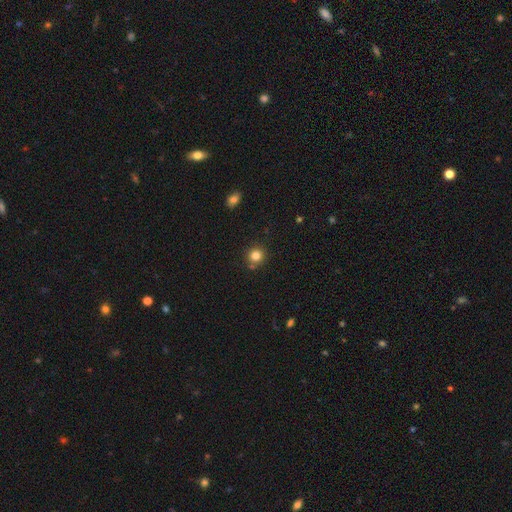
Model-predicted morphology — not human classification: This is clearly a smooth galaxy (82%). How rounded: clearly round (91%). Merging: clearly none (81%).